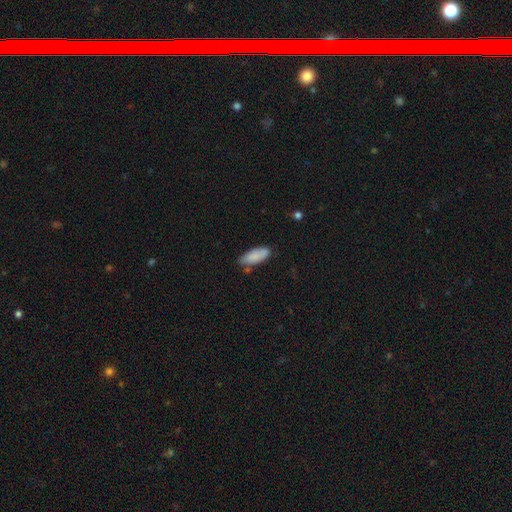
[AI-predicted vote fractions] Smooth or featured: smooth — 86% (featured or disk — 8%)
How rounded: in between — 75% (cigar-shaped — 24%)
Merging: none — 68% (minor disturbance — 24%)